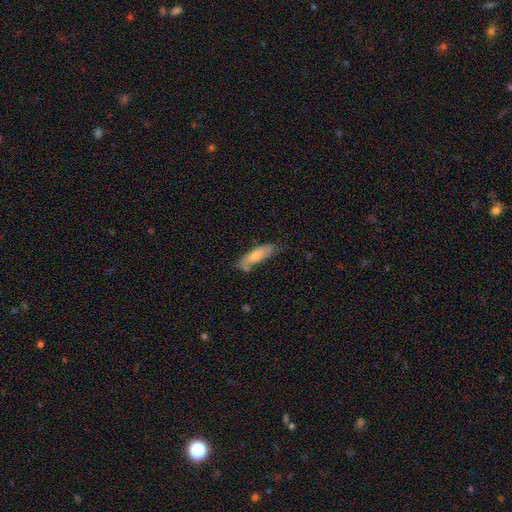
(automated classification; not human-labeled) Smooth or featured: smooth — 61% (featured or disk — 32%)
How rounded: cigar-shaped — 56% (in between — 42%)
Merging: none — 63% (minor disturbance — 25%)